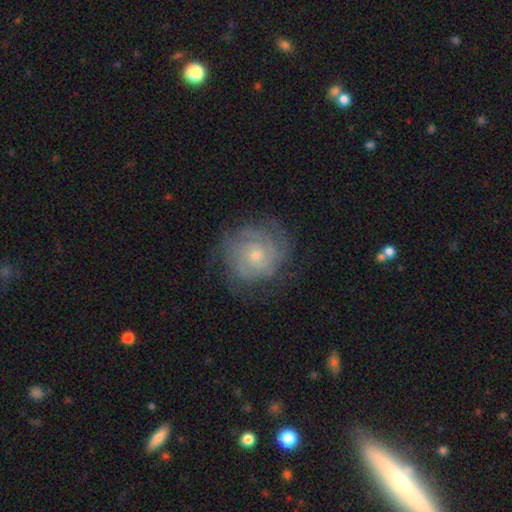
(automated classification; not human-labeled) Smooth or featured? Predicted: featured or disk (p=0.78). Edge-on disk? Predicted: no (p=0.98). Bar? Predicted: no (p=0.79). Spiral arms? Predicted: yes (p=0.92). Spiral winding? Predicted: tight (p=0.74). Spiral arm count? Predicted: can't tell (p=0.40). Bulge size? Predicted: small (p=0.65). Merging? Predicted: none (p=0.74).